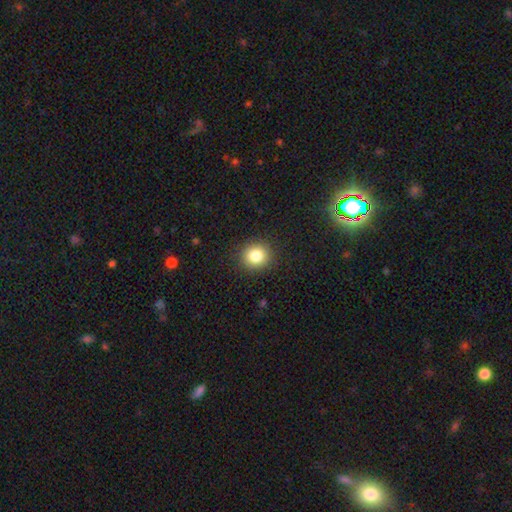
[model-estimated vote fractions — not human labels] smooth 83%, star or artifact 11%, featured or disk 7%. Down the decision tree: how rounded — round (86%); merging — none (91%).